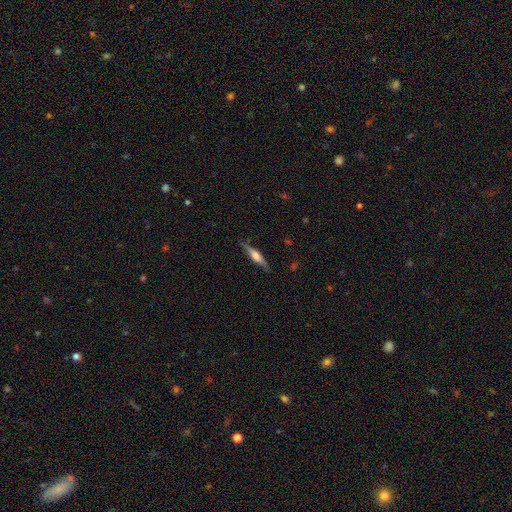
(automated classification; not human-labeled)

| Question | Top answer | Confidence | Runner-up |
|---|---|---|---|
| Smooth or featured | featured or disk | 54% | smooth (40%) |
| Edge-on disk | yes | 95% | no (5%) |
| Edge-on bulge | rounded | 69% | boxy (23%) |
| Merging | none | 84% | minor disturbance (12%) |